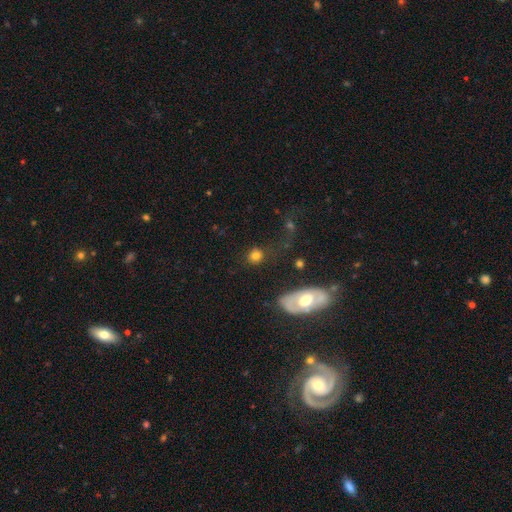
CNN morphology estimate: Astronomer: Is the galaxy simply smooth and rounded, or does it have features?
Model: smooth — 76%.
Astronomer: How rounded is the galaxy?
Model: round — 73%.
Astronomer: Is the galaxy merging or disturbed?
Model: none — 70%.